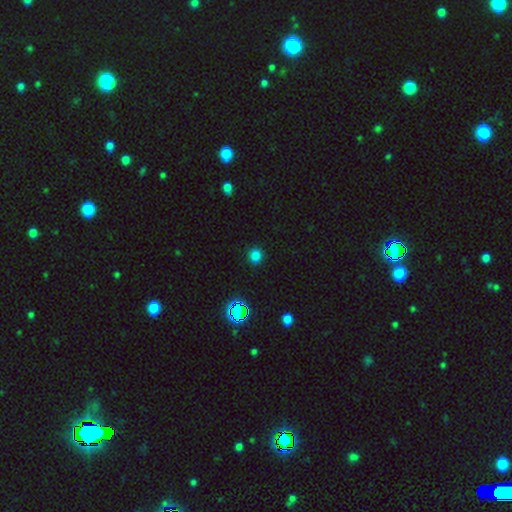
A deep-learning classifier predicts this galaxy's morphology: type=smooth (78%); roundness=round (87%); merging=none (90%).